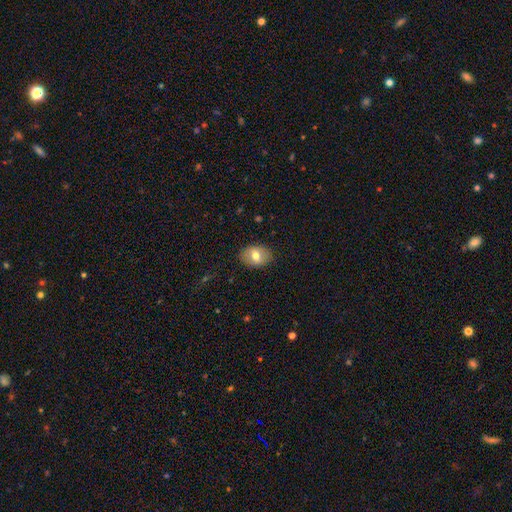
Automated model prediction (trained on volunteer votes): smooth_or_featured: smooth (p=0.67) [alt: featured or disk p=0.26]
how_rounded: in between (p=0.73) [alt: round p=0.26]
merging: none (p=0.87) [alt: minor disturbance p=0.10]